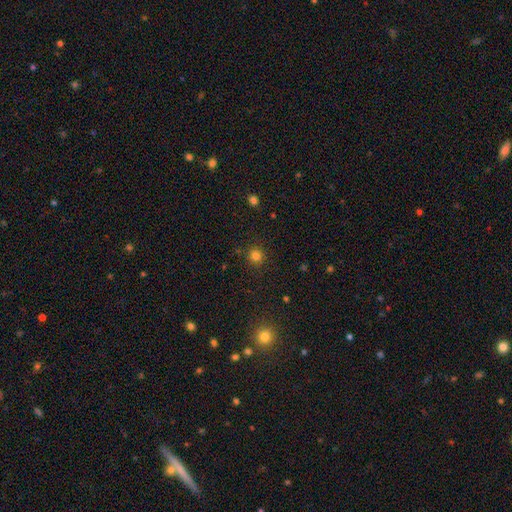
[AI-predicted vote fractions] Overall: smooth (80%). How rounded: round (93%). Merging: none (89%).